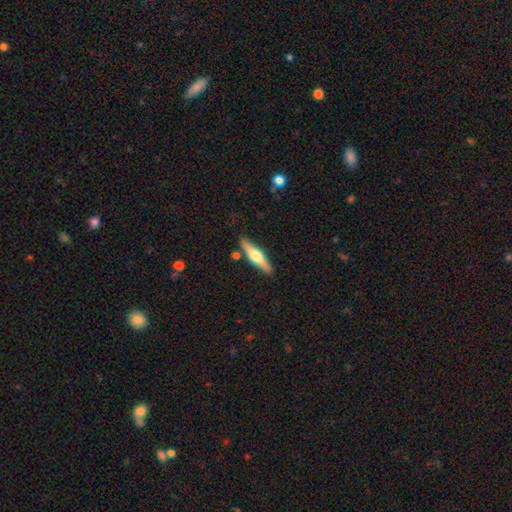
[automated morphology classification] featured or disk 55%, smooth 39%, star or artifact 6%. Down the decision tree: edge-on disk — yes (95%); edge-on bulge — rounded (93%); merging — none (85%).